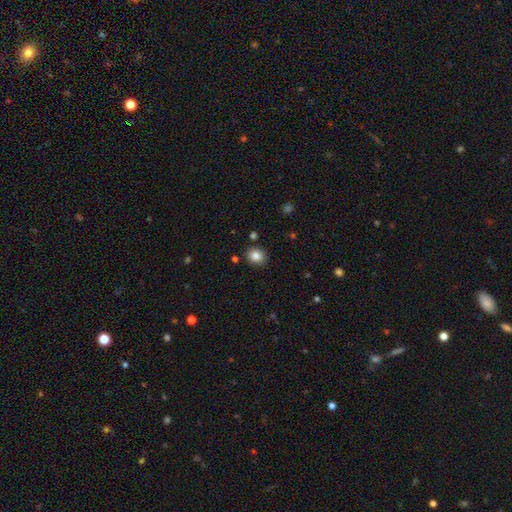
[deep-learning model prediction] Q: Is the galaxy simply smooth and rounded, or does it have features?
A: smooth — 84%.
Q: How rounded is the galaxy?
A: round — 71%.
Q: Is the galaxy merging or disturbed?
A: none — 86%.